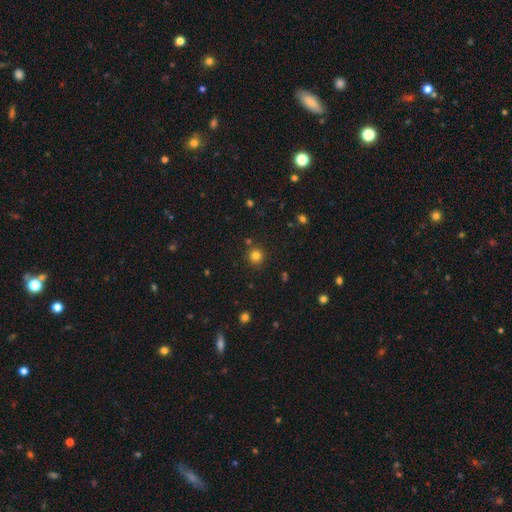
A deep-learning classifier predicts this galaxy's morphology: smooth 80%, star or artifact 15%, featured or disk 5%. Down the decision tree: how rounded — round (94%); merging — none (86%).